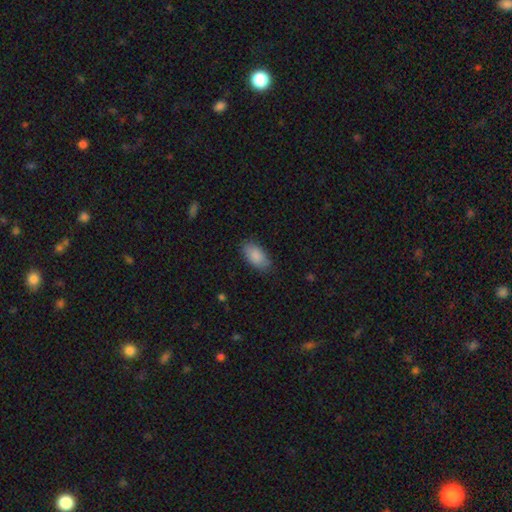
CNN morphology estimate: Smooth or featured?
  - smooth: 88% *
  - star or artifact: 6%
  - featured or disk: 6%
How rounded?
  - in between: 93% *
  - cigar-shaped: 4%
  - round: 3%
Merging?
  - none: 84% *
  - minor disturbance: 12%
  - major disturbance: 3%
  - merger: 1%